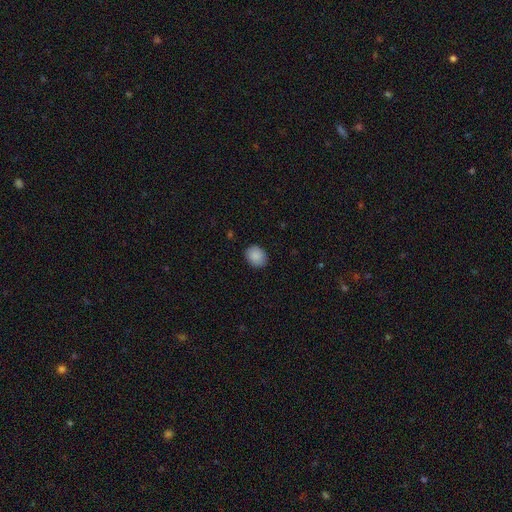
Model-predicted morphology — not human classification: This appears to be a smooth galaxy with no disk features (89%) that is round (51%). Merging: none (86%).